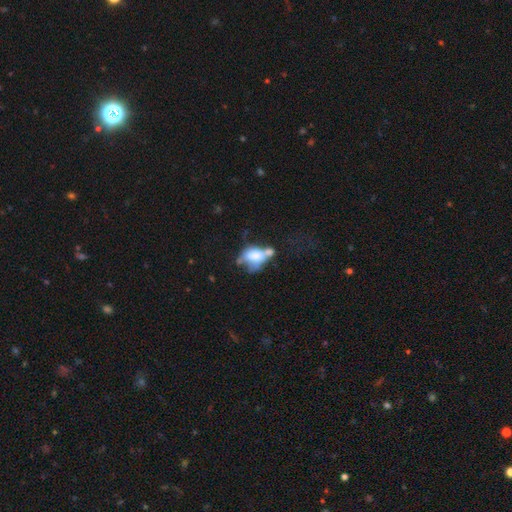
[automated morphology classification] Overall: smooth (53%; featured or disk 36%). How rounded: in between (78%). Merging: merger (44%; major disturbance 24%).